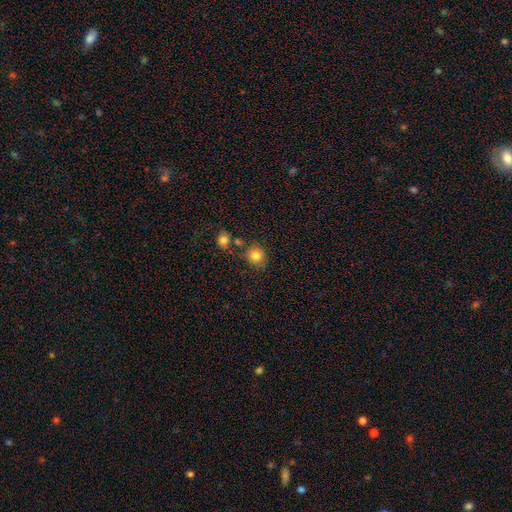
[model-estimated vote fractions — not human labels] smooth-or-featured: smooth: 81% | star or artifact: 12% | featured or disk: 7%
  how-rounded: round: 81% | in between: 18% | cigar-shaped: 1%
  merging: none: 75% | minor disturbance: 12% | merger: 10% | major disturbance: 3%